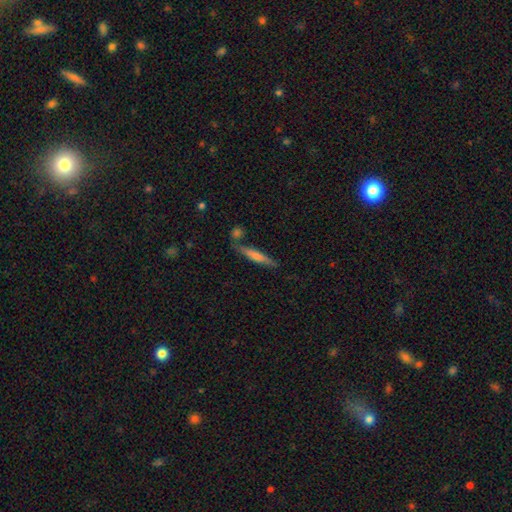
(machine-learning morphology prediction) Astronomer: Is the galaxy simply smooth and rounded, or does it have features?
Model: featured or disk — 51% (runner-up: smooth, 41%).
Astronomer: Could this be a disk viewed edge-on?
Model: yes — 94%.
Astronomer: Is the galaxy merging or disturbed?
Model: none — 79%.